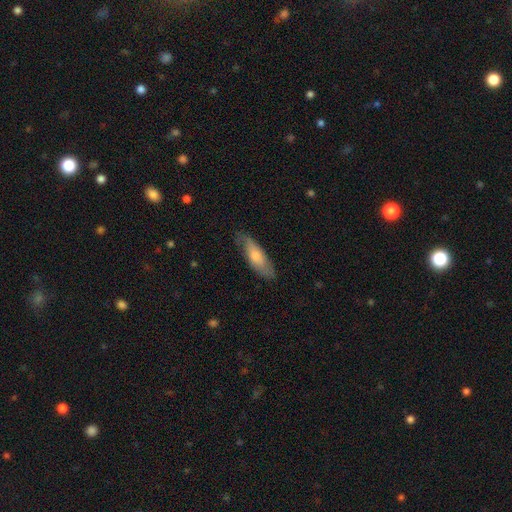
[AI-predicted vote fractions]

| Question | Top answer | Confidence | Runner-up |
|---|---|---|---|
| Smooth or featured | smooth | 65% | featured or disk (29%) |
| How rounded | in between | 58% | cigar-shaped (40%) |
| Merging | none | 73% | minor disturbance (21%) |